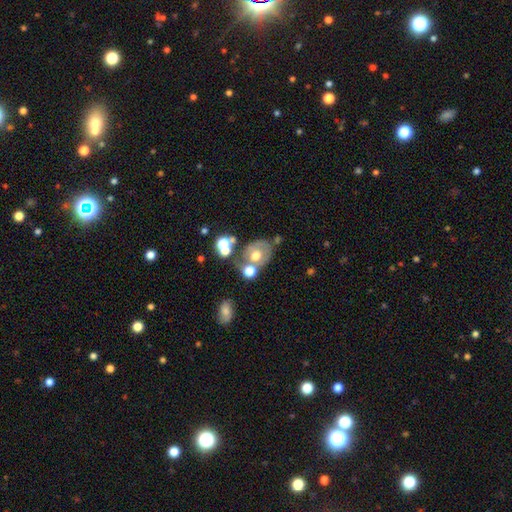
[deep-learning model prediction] smooth_or_featured: smooth (p=0.46) [alt: featured or disk p=0.42]
merging: none (p=0.43) [alt: merger p=0.31]